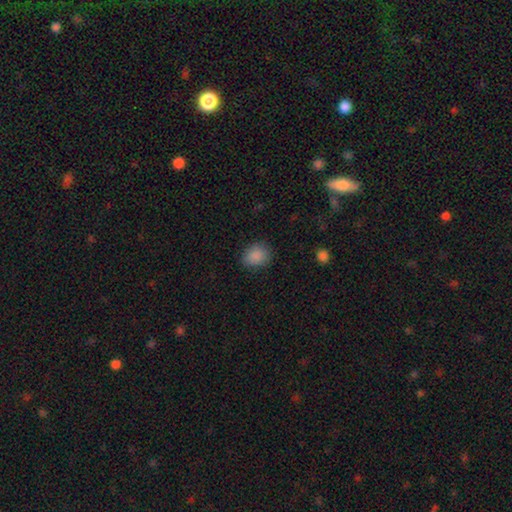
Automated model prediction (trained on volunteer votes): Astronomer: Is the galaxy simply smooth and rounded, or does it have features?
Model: smooth — 87%.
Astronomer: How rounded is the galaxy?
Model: in between — 52% (runner-up: round, 47%).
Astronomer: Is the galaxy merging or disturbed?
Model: none — 82%.